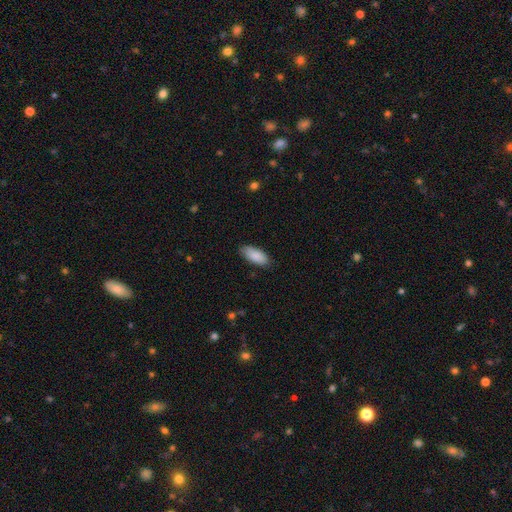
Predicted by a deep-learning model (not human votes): A smooth galaxy with no disk features (89%) that is in between round and cigar-shaped (84%).

Vote fractions:
- Smooth or featured? smooth: 89% / star or artifact: 6% / featured or disk: 5%
- How rounded? in between: 84% / cigar-shaped: 14% / round: 2%
- Merging? none: 85% / minor disturbance: 12% / major disturbance: 2% / merger: 1%